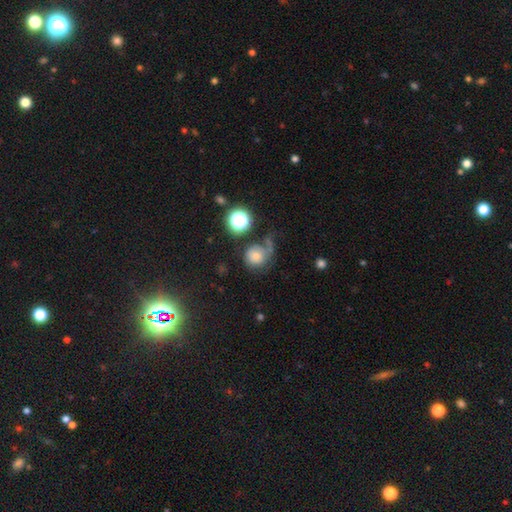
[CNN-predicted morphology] smooth 68%, featured or disk 18%, star or artifact 14%. Down the decision tree: how rounded — round (84%); merging — none (40%).